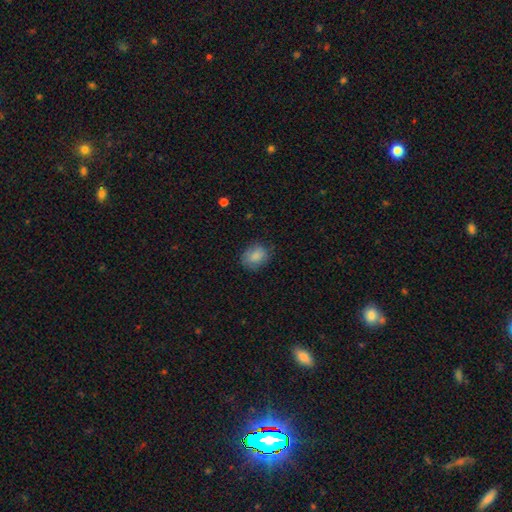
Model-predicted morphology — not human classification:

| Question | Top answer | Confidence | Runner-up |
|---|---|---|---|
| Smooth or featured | smooth | 86% | star or artifact (8%) |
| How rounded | in between | 56% | round (43%) |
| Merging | none | 76% | minor disturbance (18%) |